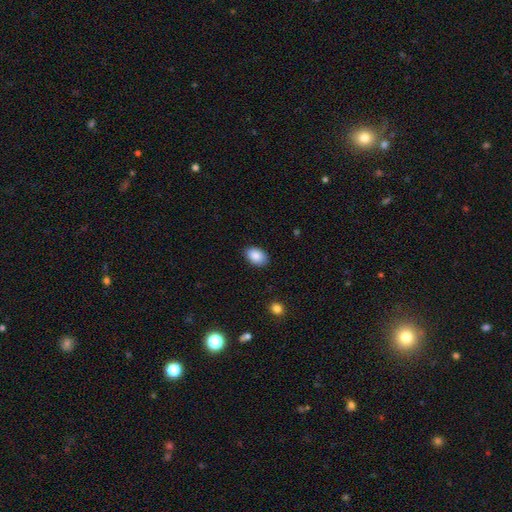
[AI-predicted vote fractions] This appears to be a smooth galaxy with no disk features (89%) that is in between round and cigar-shaped (89%). Merging: none (87%).